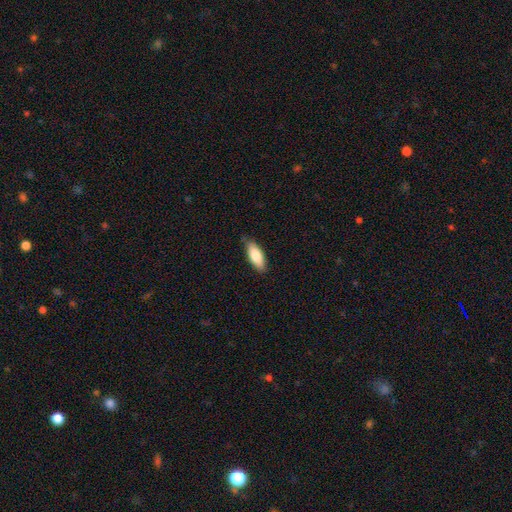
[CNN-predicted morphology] Smooth or featured?
  - smooth: 82% *
  - featured or disk: 12%
  - star or artifact: 6%
How rounded?
  - in between: 78% *
  - cigar-shaped: 20%
  - round: 2%
Merging?
  - none: 80% *
  - minor disturbance: 17%
  - major disturbance: 2%
  - merger: 1%